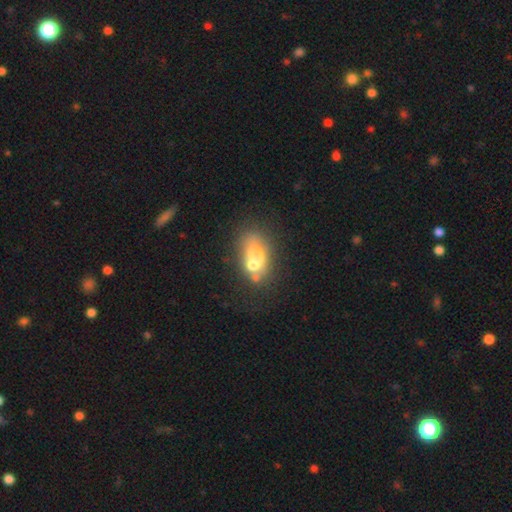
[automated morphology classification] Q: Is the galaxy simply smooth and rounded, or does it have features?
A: smooth — 51%.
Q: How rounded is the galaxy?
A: in between — 74%.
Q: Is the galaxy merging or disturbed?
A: merger — 50%.